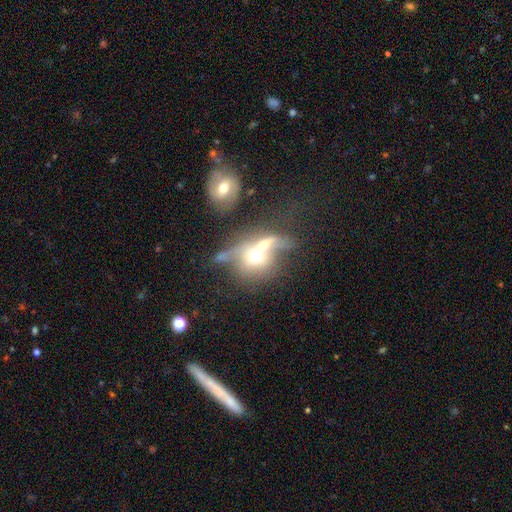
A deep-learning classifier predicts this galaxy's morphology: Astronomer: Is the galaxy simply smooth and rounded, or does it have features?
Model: smooth — 51% (runner-up: featured or disk, 37%).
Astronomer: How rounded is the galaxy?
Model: round — 63%.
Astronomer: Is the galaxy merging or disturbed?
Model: merger — 65%.